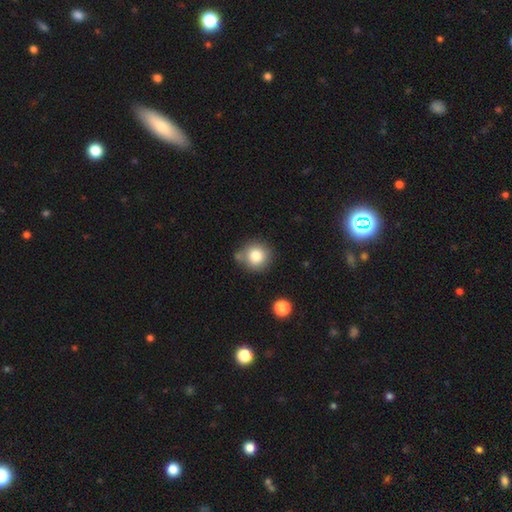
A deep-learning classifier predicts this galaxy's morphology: Smooth or featured?
  - smooth: 82% *
  - star or artifact: 10%
  - featured or disk: 8%
How rounded?
  - round: 92% *
  - in between: 7%
  - cigar-shaped: 1%
Merging?
  - none: 72% *
  - minor disturbance: 14%
  - merger: 11%
  - major disturbance: 4%